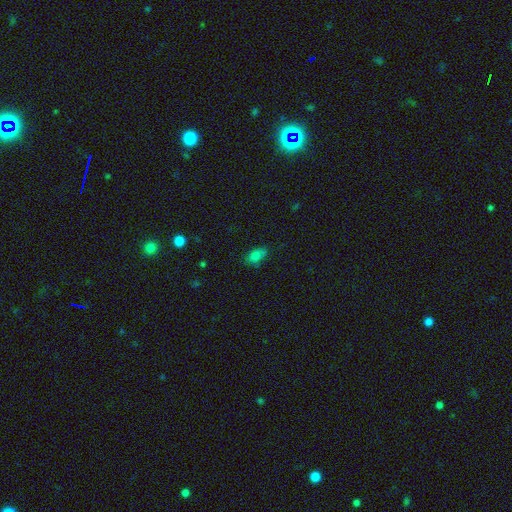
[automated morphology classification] Overall: smooth (79%). How rounded: in between (88%). Merging: none (75%).